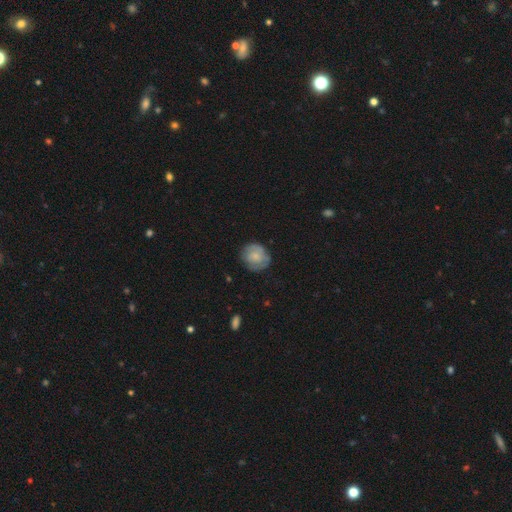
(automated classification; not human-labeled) Q: Smooth or featured?
A: smooth (59%); runner-up: featured or disk (34%)
Q: How rounded?
A: round (84%); runner-up: in between (15%)
Q: Merging?
A: none (74%); runner-up: minor disturbance (19%)